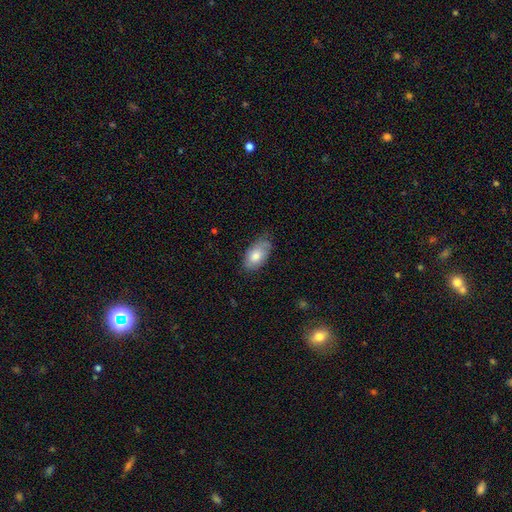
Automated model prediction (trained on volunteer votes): This appears to be a smooth galaxy with no disk features (78%) that is in between round and cigar-shaped (94%). Merging: none (70%).